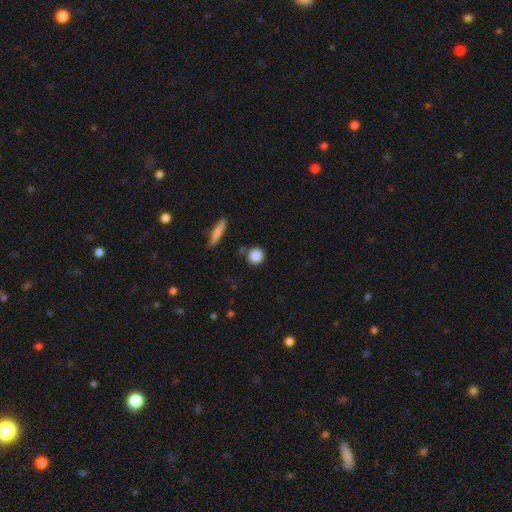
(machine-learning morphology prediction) Q: Smooth or featured?
A: smooth (86%); runner-up: star or artifact (9%)
Q: How rounded?
A: round (90%); runner-up: in between (7%)
Q: Merging?
A: none (82%); runner-up: minor disturbance (9%)